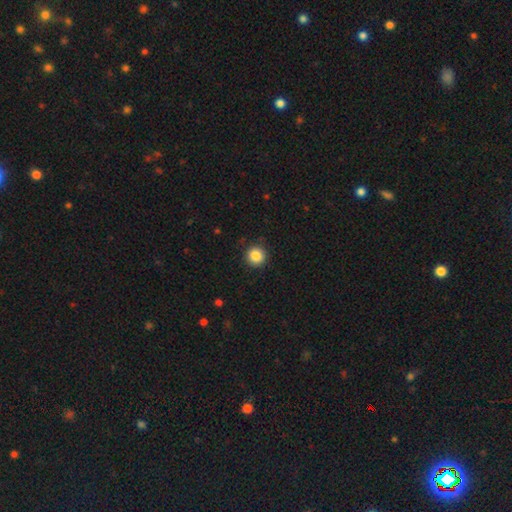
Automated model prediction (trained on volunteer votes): This appears to be a smooth galaxy with no disk features (86%) that is round (95%). Merging: none (90%).